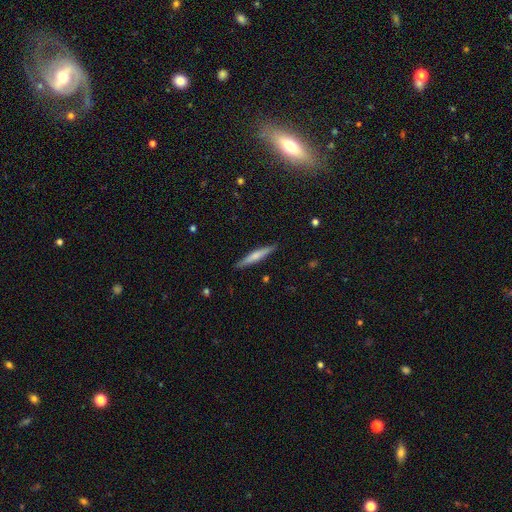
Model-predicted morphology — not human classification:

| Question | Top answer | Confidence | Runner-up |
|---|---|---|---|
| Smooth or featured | smooth | 55% | featured or disk (39%) |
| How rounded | cigar-shaped | 94% | in between (5%) |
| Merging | none | 90% | minor disturbance (7%) |